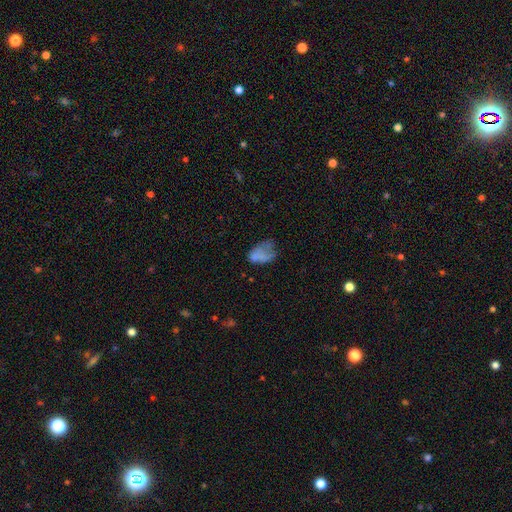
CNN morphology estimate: type=smooth (55%); roundness=in between (81%); merging=major disturbance (34%, tied with none).